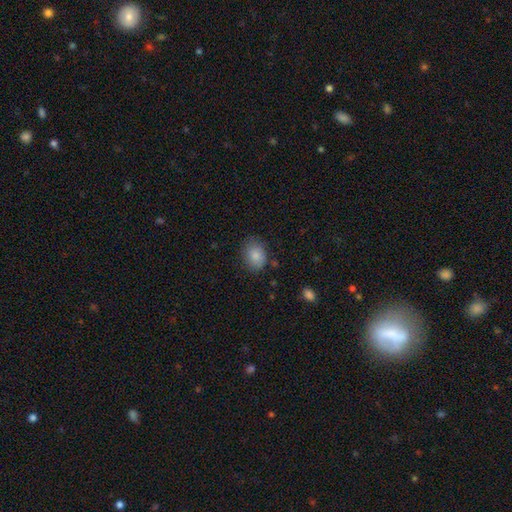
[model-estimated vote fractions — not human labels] smooth-or-featured: smooth: 84% | star or artifact: 8% | featured or disk: 8%
  how-rounded: in between: 59% | round: 40% | cigar-shaped: 1%
  merging: none: 75% | minor disturbance: 19% | major disturbance: 4% | merger: 2%